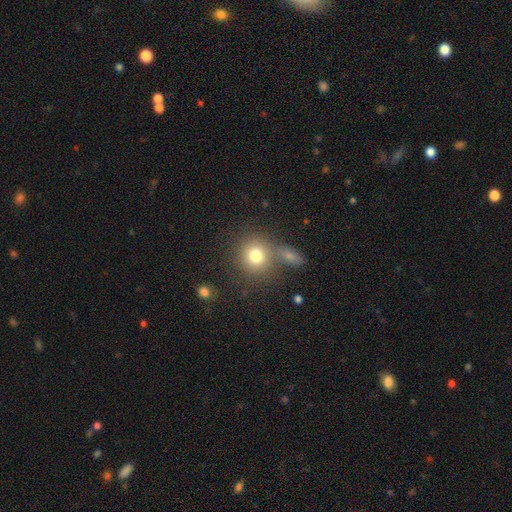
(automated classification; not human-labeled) A smooth galaxy with no disk features (77%) that is round (88%).

Vote fractions:
- Smooth or featured? smooth: 77% / star or artifact: 12% / featured or disk: 11%
- How rounded? round: 88% / in between: 11% / cigar-shaped: 1%
- Merging? none: 68% / merger: 17% / minor disturbance: 10% / major disturbance: 4%